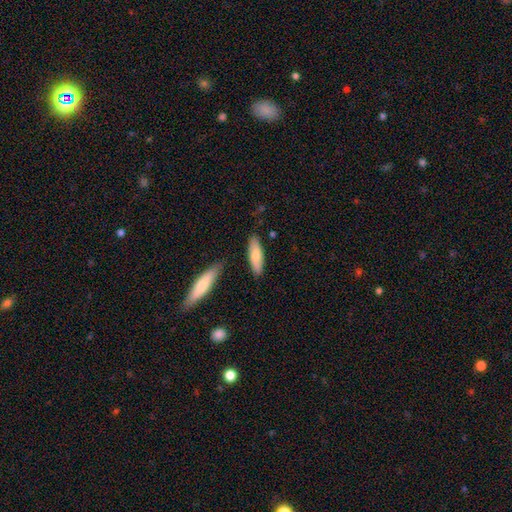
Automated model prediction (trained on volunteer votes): The model was most divided on "how rounded": in between: 50%, cigar-shaped: 49%, round: 2%. More confident: merging — none (80%); smooth or featured — smooth (74%).